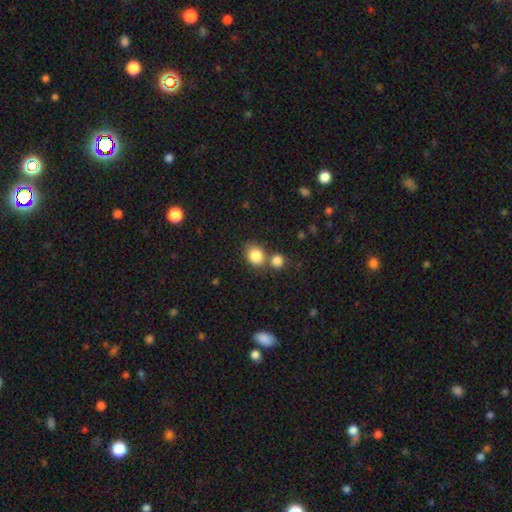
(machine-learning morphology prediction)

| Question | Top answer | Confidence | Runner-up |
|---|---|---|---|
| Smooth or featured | smooth | 85% | star or artifact (9%) |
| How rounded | round | 57% | in between (42%) |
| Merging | none | 58% | merger (28%) |